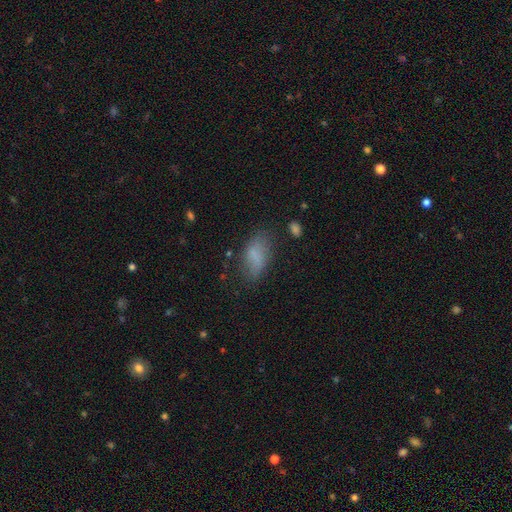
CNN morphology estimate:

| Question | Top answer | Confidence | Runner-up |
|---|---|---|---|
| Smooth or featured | smooth | 72% | featured or disk (18%) |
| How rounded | in between | 90% | cigar-shaped (6%) |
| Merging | none | 60% | minor disturbance (26%) |